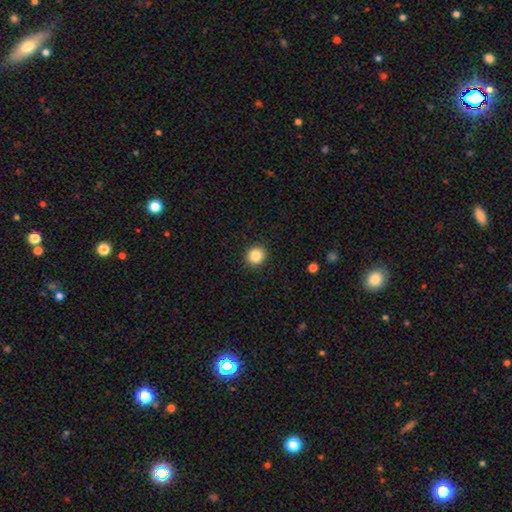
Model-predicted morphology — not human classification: type=smooth (85%); roundness=round (89%); merging=none (92%).